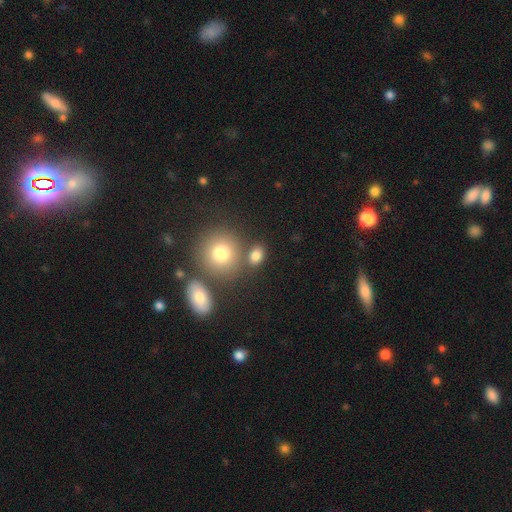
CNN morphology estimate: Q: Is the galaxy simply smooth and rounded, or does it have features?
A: smooth — 81%.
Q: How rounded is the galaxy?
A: in between — 61%.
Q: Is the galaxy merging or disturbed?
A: none — 69%.